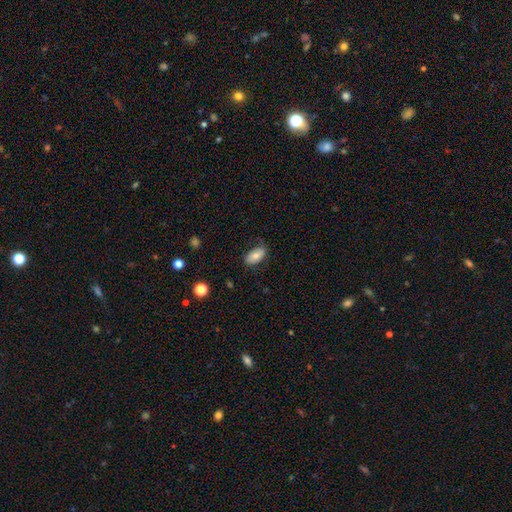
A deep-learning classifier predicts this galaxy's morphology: type=smooth (72%); roundness=in between (93%); merging=none (68%).